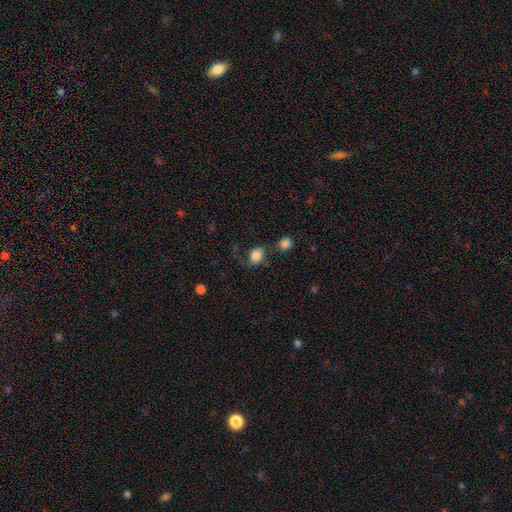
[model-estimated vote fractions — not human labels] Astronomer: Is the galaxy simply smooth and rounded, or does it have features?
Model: smooth — 69%.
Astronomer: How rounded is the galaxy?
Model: in between — 52% (runner-up: round, 47%).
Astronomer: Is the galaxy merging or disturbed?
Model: none — 33% (runner-up: major disturbance, 25%).